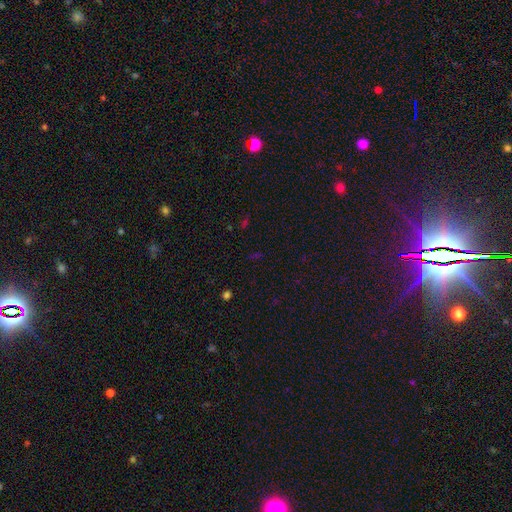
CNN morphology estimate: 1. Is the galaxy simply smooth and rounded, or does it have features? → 64% star or artifact, 27% smooth, 9% featured or disk.